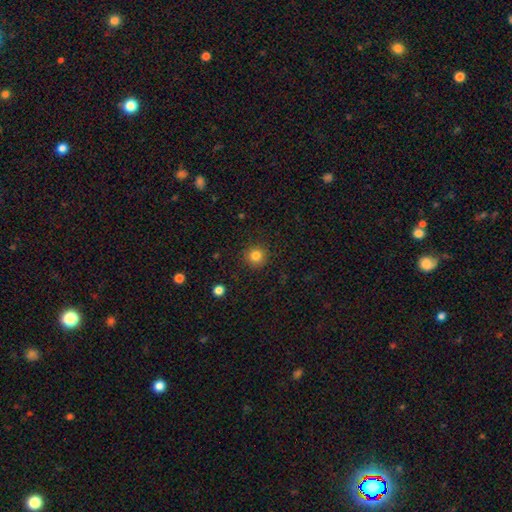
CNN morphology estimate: Smooth or featured? smooth (82%)
How rounded? round (94%)
Merging? none (90%)